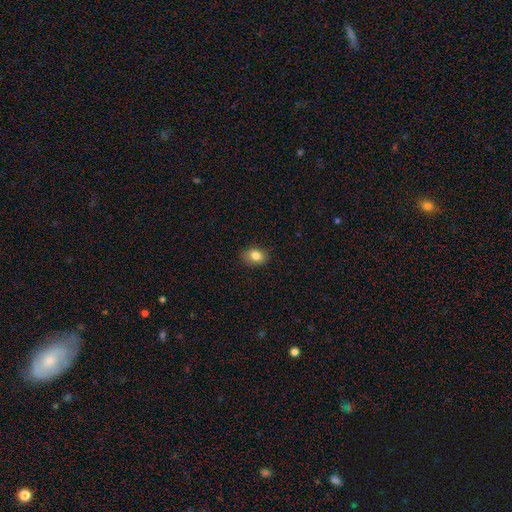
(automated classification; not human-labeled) Overall: smooth (83%). How rounded: in between (69%). Merging: none (86%).